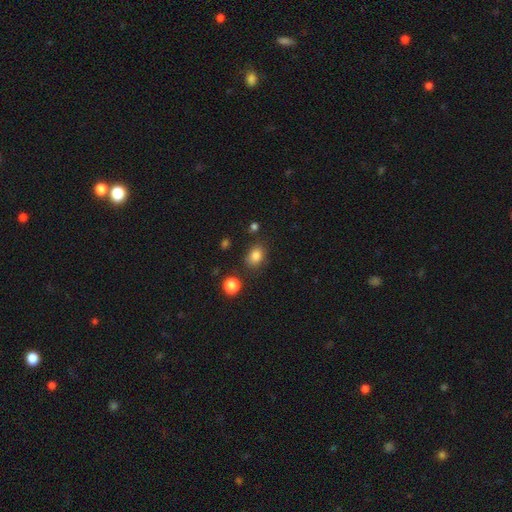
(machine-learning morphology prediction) The model was most divided on "how rounded": in between: 59%, round: 40%, cigar-shaped: 1%. More confident: smooth or featured — smooth (83%); merging — none (78%).